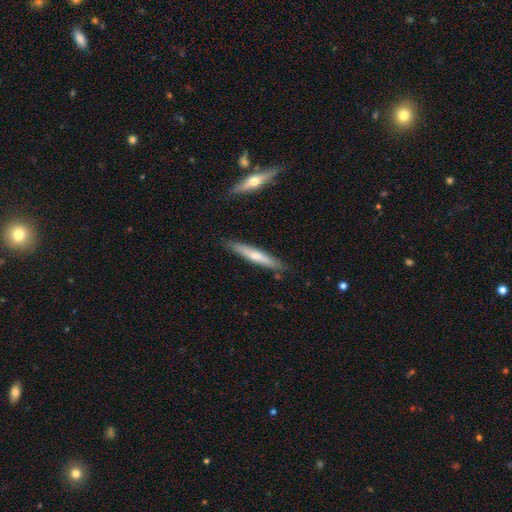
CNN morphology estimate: smooth-or-featured: smooth: 47% (tied) | featured or disk: 47% (tied) | star or artifact: 6%
  merging: none: 84% | minor disturbance: 11% | merger: 3% | major disturbance: 2%